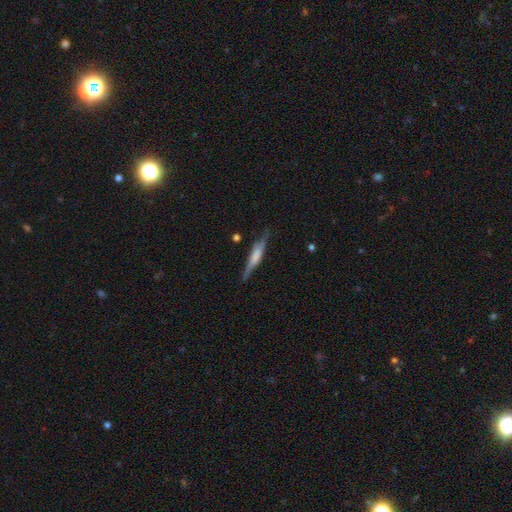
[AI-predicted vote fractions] Smooth or featured?
  - featured or disk: 54% *
  - smooth: 40%
  - star or artifact: 6%
Edge-on disk?
  - yes: 93% *
  - no: 7%
Edge-on bulge?
  - boxy: 50% *
  - rounded: 32%
  - none: 18%
Merging?
  - none: 73% *
  - minor disturbance: 20%
  - major disturbance: 5%
  - merger: 2%